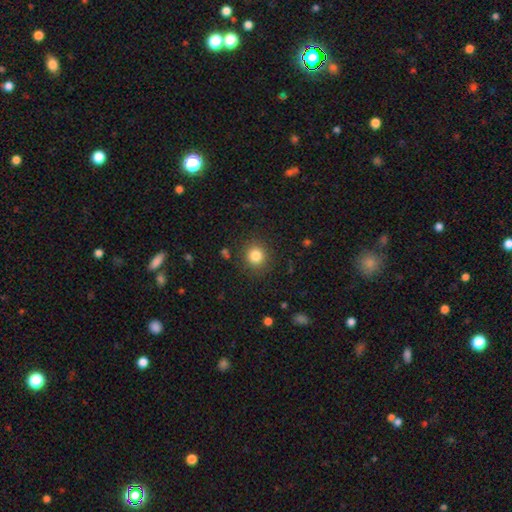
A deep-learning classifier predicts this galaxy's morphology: Q: Smooth or featured?
A: smooth (83%); runner-up: star or artifact (11%)
Q: How rounded?
A: round (90%); runner-up: in between (10%)
Q: Merging?
A: none (87%); runner-up: minor disturbance (8%)